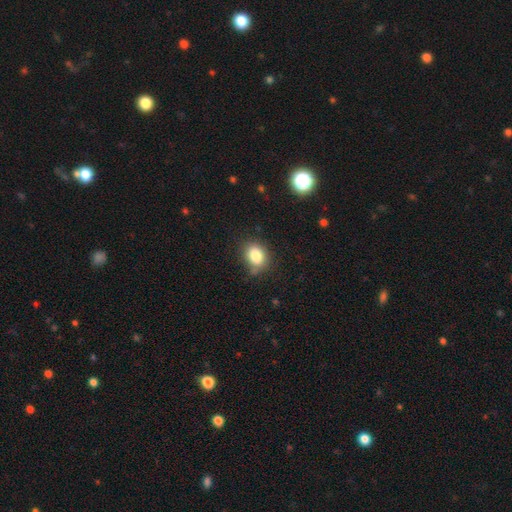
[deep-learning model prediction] Overall: smooth (83%). How rounded: in between (54%; round 45%). Merging: none (73%).